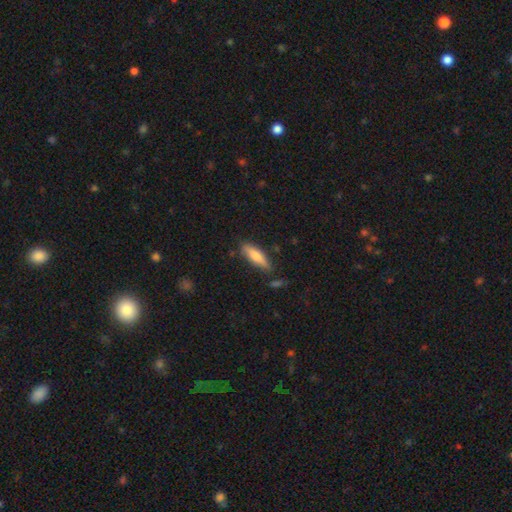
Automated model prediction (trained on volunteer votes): This is likely a smooth galaxy (74%). How rounded: likely cigar-shaped (61%). Merging: clearly none (80%).